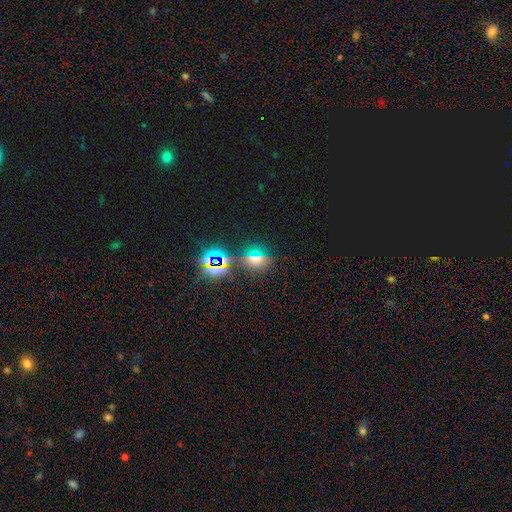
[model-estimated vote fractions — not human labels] Overall: star or artifact (52%; smooth 37%).